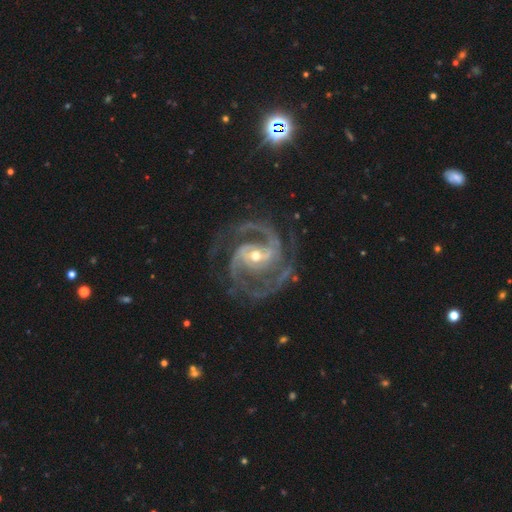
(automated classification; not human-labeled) Overall: featured or disk (93%). Edge-on disk: no (98%). Bar: weak (40%; strong 33%). Spiral arms: yes (99%). Spiral arm count: 2 (63%). Spiral winding: medium (54%; tight 38%). Bulge size: small (49%; moderate 47%). Merging: none (72%).